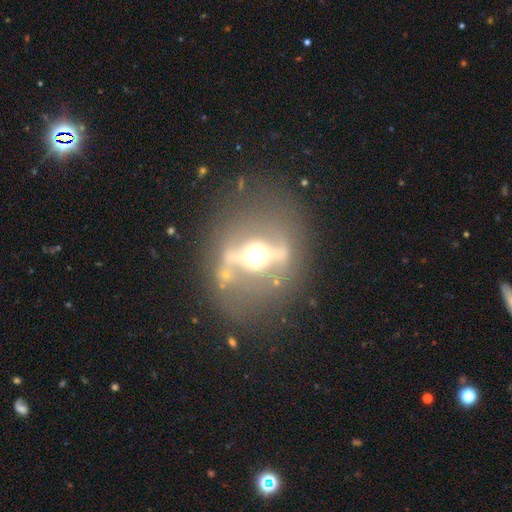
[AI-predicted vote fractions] This appears to be a featured or disk galaxy (80%). Merging: none (74%).